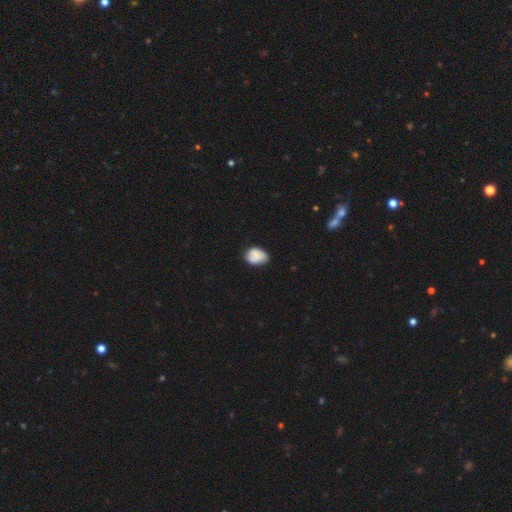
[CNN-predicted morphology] A smooth galaxy with no disk features (81%) that is in between round and cigar-shaped (68%). Merging: none (58%).